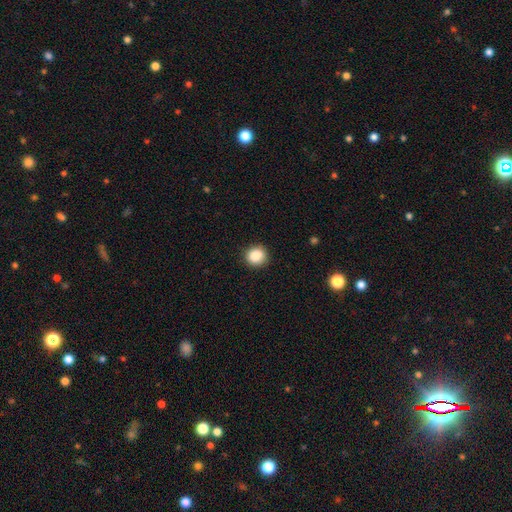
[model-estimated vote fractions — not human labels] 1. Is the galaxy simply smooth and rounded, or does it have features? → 88% smooth, 9% star or artifact, 3% featured or disk.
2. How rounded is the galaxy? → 88% round, 11% in between, 1% cigar-shaped.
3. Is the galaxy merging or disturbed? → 89% none, 8% minor disturbance, 2% major disturbance, 1% merger.